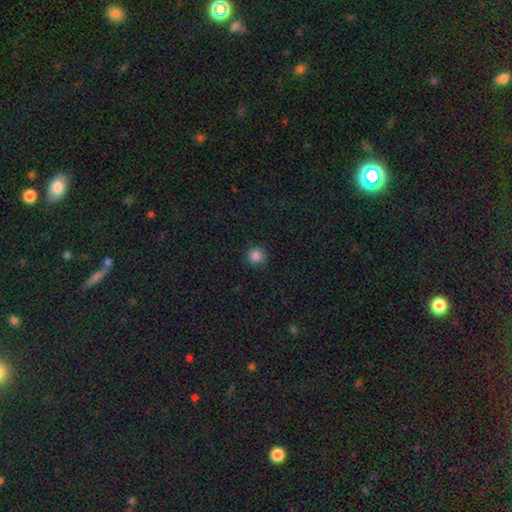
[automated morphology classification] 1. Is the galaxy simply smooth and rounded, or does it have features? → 85% smooth, 12% star or artifact, 3% featured or disk.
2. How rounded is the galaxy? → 94% round, 5% in between, 1% cigar-shaped.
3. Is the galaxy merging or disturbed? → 90% none, 7% minor disturbance, 2% major disturbance, 1% merger.